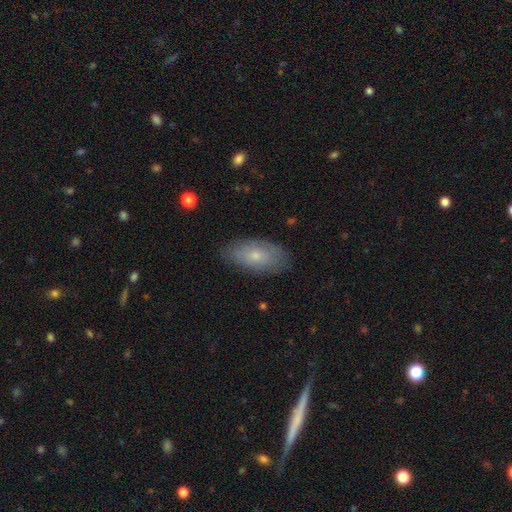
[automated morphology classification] Overall: smooth (66%; featured or disk 27%). How rounded: in between (91%). Merging: none (79%).